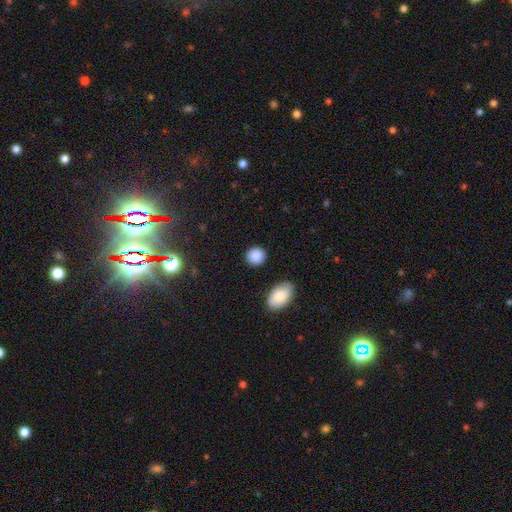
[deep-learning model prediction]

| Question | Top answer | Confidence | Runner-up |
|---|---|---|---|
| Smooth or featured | smooth | 88% | star or artifact (8%) |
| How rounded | round | 85% | in between (14%) |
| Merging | none | 88% | minor disturbance (8%) |